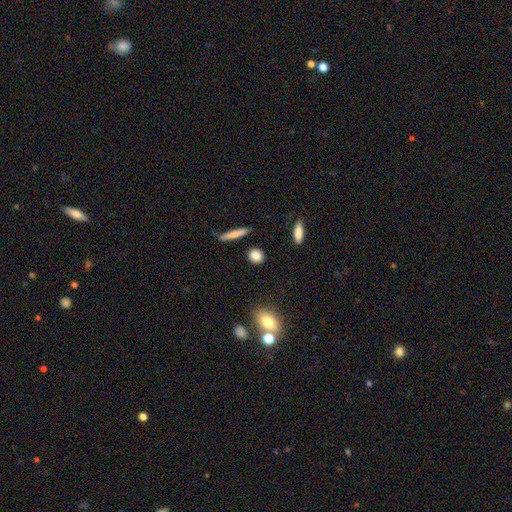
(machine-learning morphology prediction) The model was most divided on "how rounded": round: 71%, in between: 20%, cigar-shaped: 10%. More confident: merging — none (87%); smooth or featured — smooth (84%).